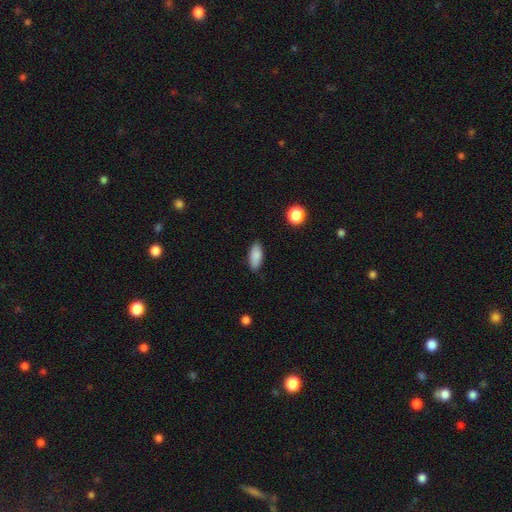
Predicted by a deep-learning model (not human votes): Overall: smooth (87%). How rounded: in between (83%). Merging: none (85%).